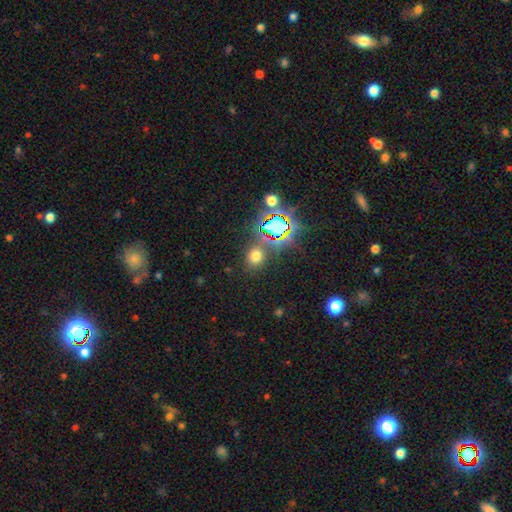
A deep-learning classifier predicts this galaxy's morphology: smooth_or_featured: smooth (p=0.61) [alt: star or artifact p=0.32]
how_rounded: round (p=0.73) [alt: in between p=0.26]
merging: none (p=0.79) [alt: minor disturbance p=0.10]